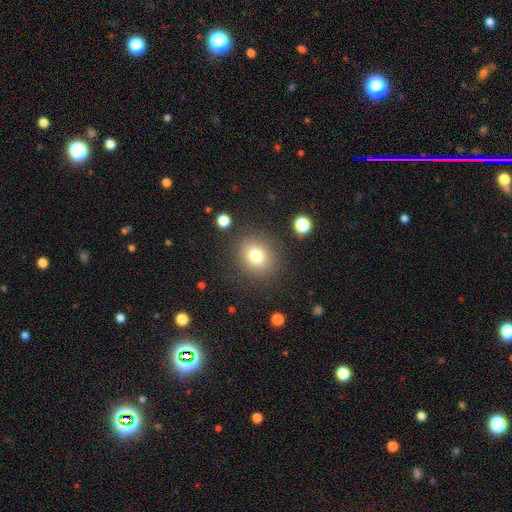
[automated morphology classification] smooth-or-featured: smooth: 77% | star or artifact: 13% | featured or disk: 10%
  how-rounded: round: 78% | in between: 21% | cigar-shaped: 1%
  merging: none: 85% | minor disturbance: 9% | major disturbance: 4% | merger: 2%